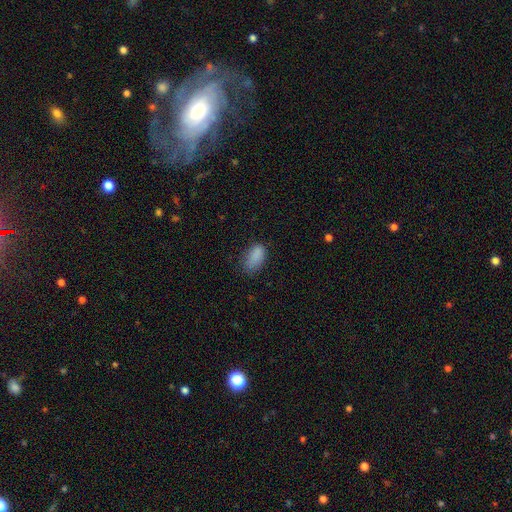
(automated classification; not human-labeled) This is clearly a smooth galaxy (85%). How rounded: clearly in between (92%). Merging: possibly none (59%).